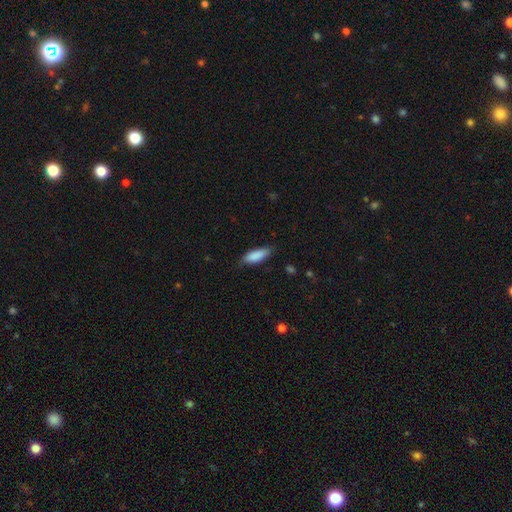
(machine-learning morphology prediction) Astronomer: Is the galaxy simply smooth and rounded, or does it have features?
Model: smooth — 87%.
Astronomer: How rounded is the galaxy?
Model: in between — 62%.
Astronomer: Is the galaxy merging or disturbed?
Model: none — 78%.